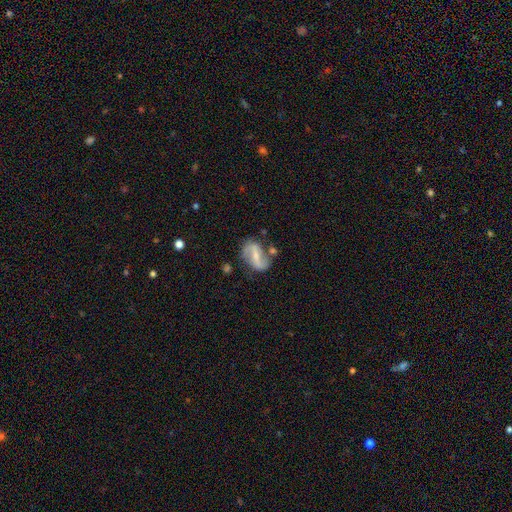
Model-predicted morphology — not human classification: The model was most divided on "spiral winding": loose: 49%, medium: 37%, tight: 14%. More confident: edge-on disk — no (96%); spiral arm count — 2 (89%); spiral arms — yes (88%); smooth or featured — featured or disk (77%); merging — none (67%); bulge size — small (53%); bar — strong (51%).